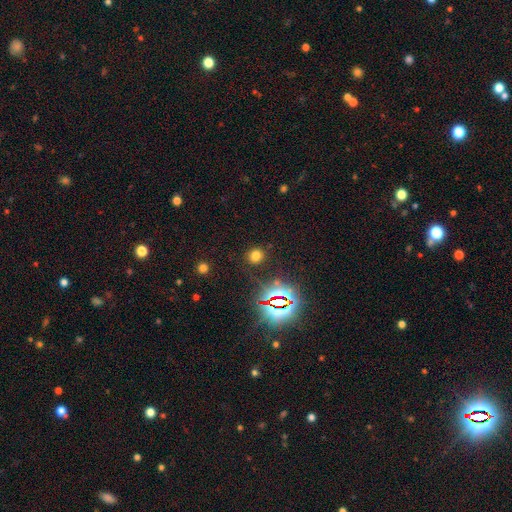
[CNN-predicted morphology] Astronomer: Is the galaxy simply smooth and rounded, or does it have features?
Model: smooth — 65%.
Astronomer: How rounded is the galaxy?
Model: round — 79%.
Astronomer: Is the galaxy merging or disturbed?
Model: none — 86%.